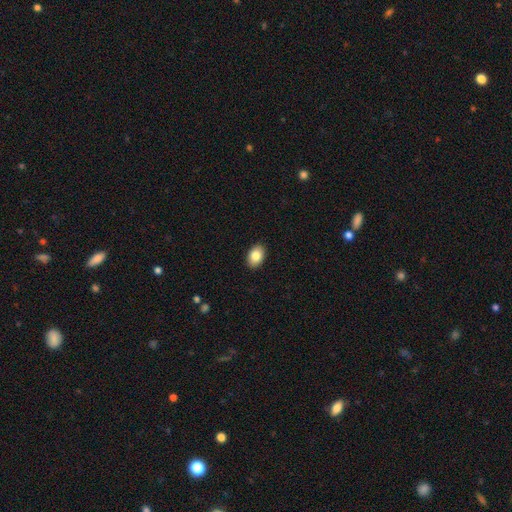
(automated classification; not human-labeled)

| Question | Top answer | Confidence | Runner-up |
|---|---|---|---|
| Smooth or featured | smooth | 85% | featured or disk (8%) |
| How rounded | in between | 87% | round (12%) |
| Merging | none | 91% | minor disturbance (7%) |